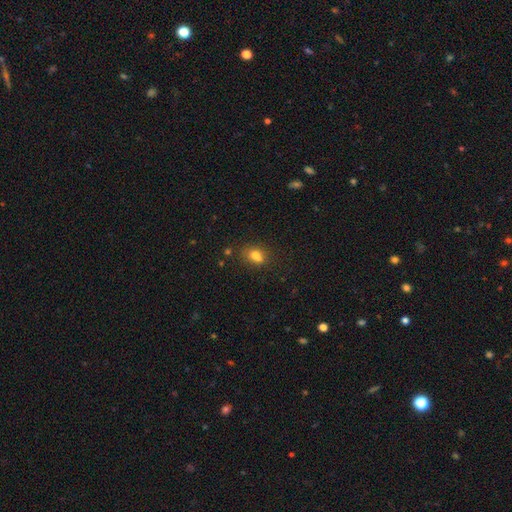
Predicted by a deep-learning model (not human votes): This is likely a smooth galaxy (75%). How rounded: likely in between (67%). Merging: possibly none (55%).